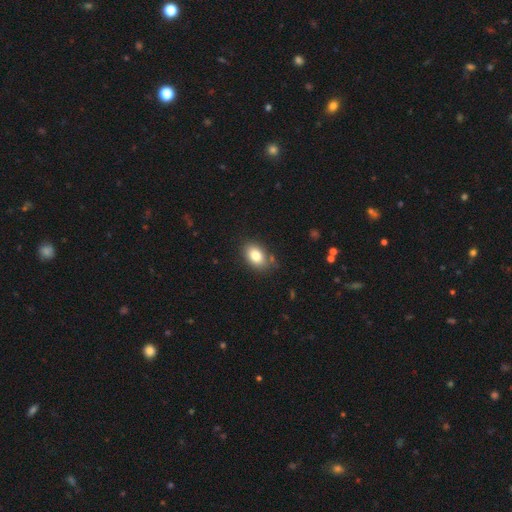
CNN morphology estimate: smooth 82%, featured or disk 9%, star or artifact 9%. Down the decision tree: how rounded — in between (84%); merging — none (81%).